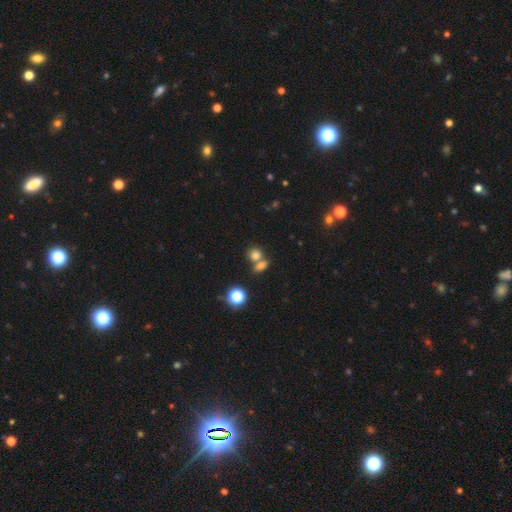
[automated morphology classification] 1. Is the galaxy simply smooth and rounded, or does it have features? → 76% smooth, 15% star or artifact, 9% featured or disk.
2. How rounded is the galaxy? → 70% round, 29% in between, 2% cigar-shaped.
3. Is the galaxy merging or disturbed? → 45% merger, 44% none, 7% minor disturbance, 3% major disturbance.